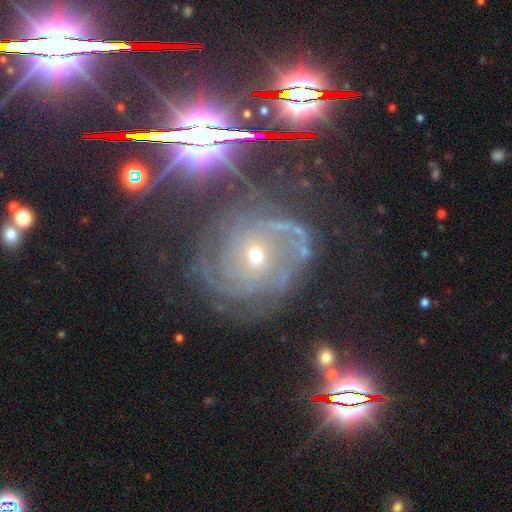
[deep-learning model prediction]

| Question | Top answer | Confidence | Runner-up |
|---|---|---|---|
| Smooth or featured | featured or disk | 82% | star or artifact (11%) |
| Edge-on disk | no | 97% | yes (3%) |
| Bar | no | 61% | weak (28%) |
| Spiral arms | yes | 96% | no (4%) |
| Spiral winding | tight | 55% | medium (35%) |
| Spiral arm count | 2 | 33% | can't tell (21%) |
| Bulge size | small | 63% | moderate (33%) |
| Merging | none | 65% | minor disturbance (16%) |